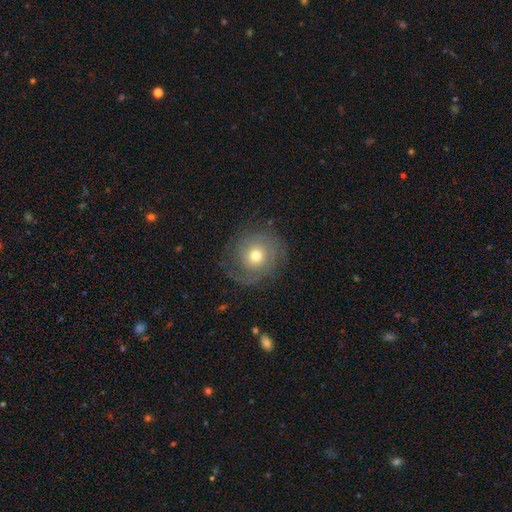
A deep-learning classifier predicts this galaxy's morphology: This appears to be a featured or disk galaxy (57%) with no bar (84%), spiral arms (79%) and a moderate central bulge (65%). Merging: none (74%).